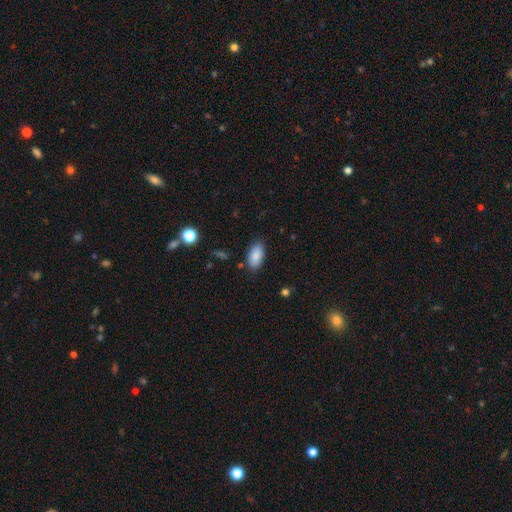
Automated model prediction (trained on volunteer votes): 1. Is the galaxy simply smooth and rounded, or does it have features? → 87% smooth, 7% star or artifact, 6% featured or disk.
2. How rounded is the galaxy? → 93% in between, 4% cigar-shaped, 3% round.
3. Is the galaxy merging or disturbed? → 84% none, 12% minor disturbance, 3% major disturbance, 2% merger.